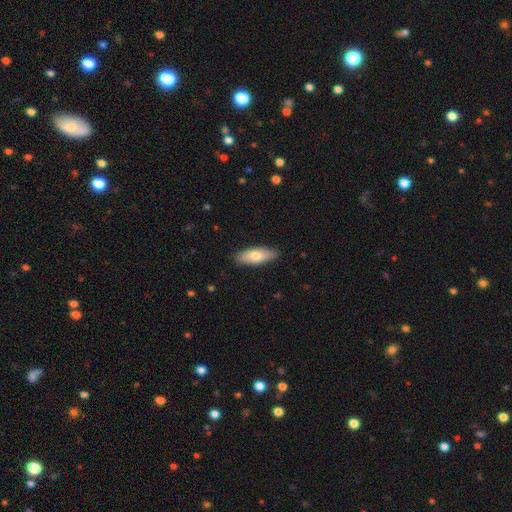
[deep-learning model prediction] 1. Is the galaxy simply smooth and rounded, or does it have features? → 73% smooth, 21% featured or disk, 5% star or artifact.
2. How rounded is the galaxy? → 71% in between, 27% cigar-shaped, 2% round.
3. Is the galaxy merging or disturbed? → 87% none, 10% minor disturbance, 2% major disturbance, 1% merger.